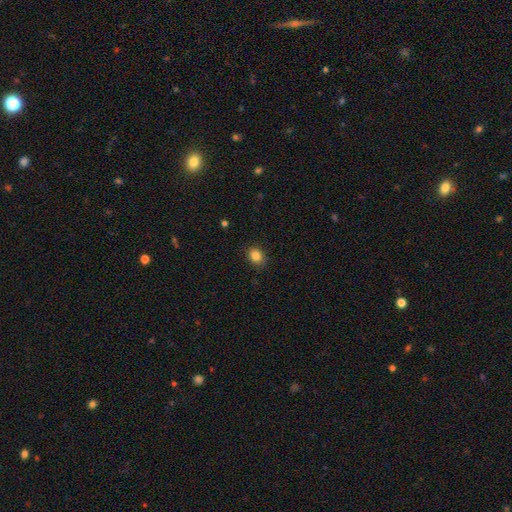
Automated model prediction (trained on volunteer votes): smooth 85%, star or artifact 10%, featured or disk 5%. Down the decision tree: how rounded — round (51%); merging — none (86%).